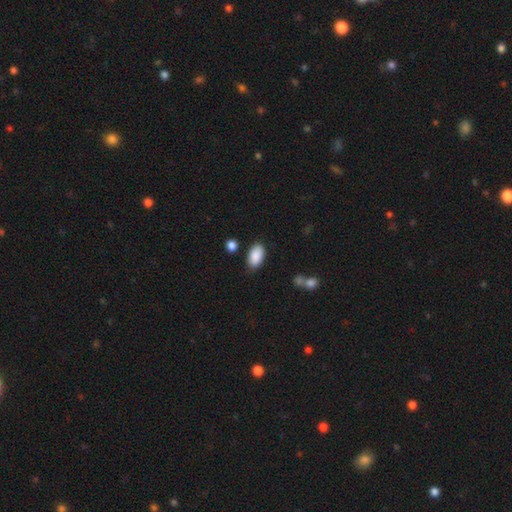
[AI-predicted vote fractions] Smooth or featured? smooth (89%)
How rounded? in between (94%)
Merging? none (79%)